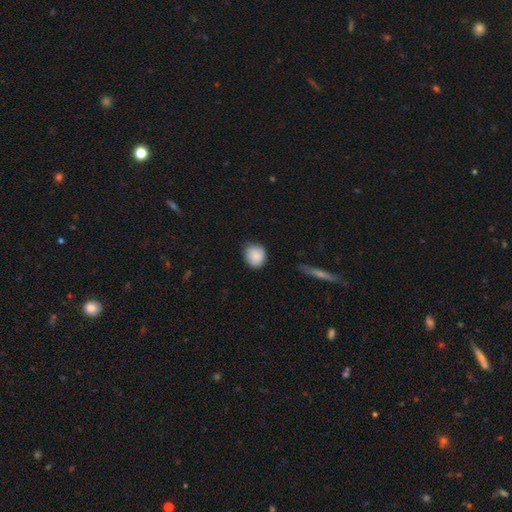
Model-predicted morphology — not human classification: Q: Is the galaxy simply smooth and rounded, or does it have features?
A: smooth — 87%.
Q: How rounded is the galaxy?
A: round — 75%.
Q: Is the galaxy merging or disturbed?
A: none — 75%.